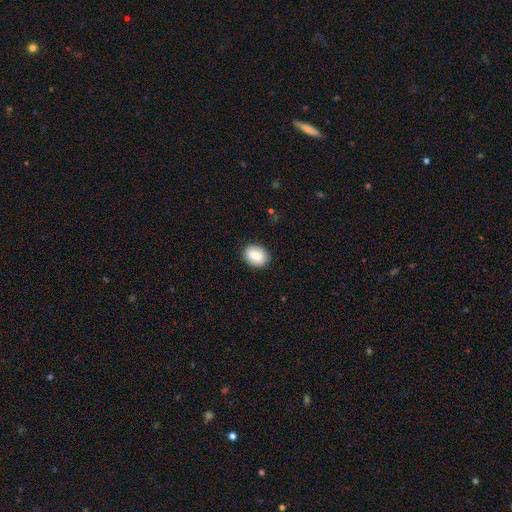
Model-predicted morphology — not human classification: Smooth or featured? Predicted: smooth (p=0.78). How rounded? Predicted: in between (p=0.67). Merging? Predicted: none (p=0.87).